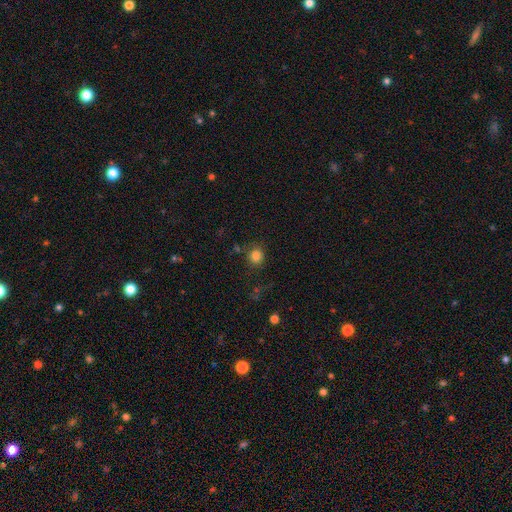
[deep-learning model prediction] smooth-or-featured: smooth: 82% | star or artifact: 13% | featured or disk: 5%
  how-rounded: round: 83% | in between: 16% | cigar-shaped: 1%
  merging: none: 79% | minor disturbance: 12% | major disturbance: 5% | merger: 4%